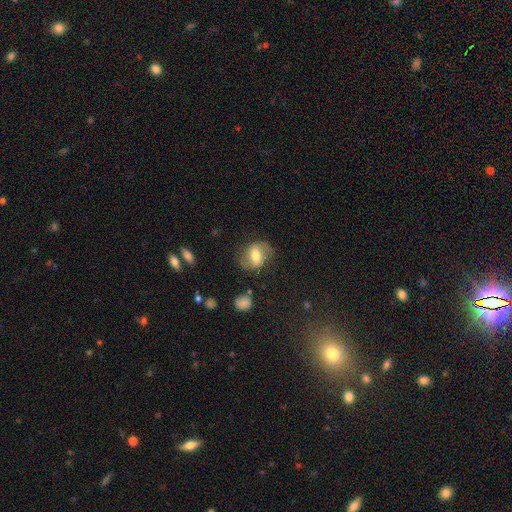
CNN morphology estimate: This appears to be a smooth galaxy with no disk features (48%). Merging: none (70%).